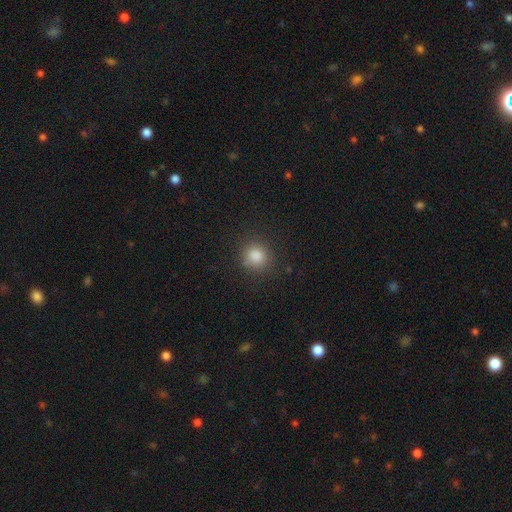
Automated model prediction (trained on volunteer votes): This appears to be a smooth galaxy with no disk features (84%) that is round (84%). Merging: none (82%).